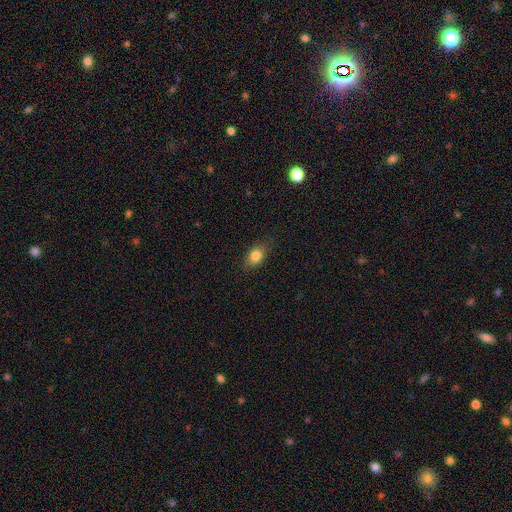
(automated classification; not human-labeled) The model was most divided on "how rounded": in between: 78%, round: 18%, cigar-shaped: 4%. More confident: smooth or featured — smooth (82%); merging — none (80%).